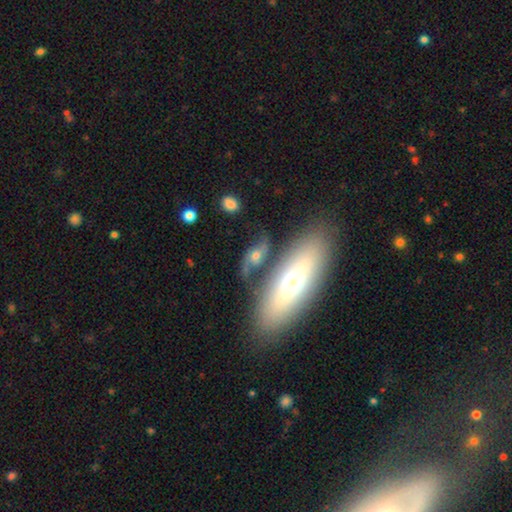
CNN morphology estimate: A featured or disk galaxy (55%).

Vote fractions:
- Smooth or featured? featured or disk: 55% / smooth: 35% / star or artifact: 10%
- Edge-on disk? no: 80% / yes: 20%
- Merging? none: 50% / merger: 19% / minor disturbance: 17% / major disturbance: 13%